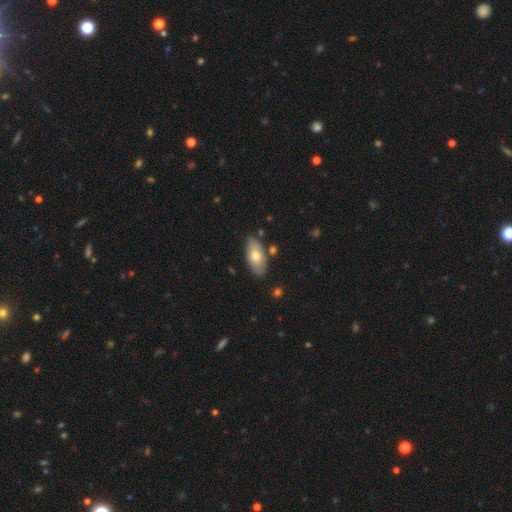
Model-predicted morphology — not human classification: A smooth galaxy with no disk features (71%) that is in between round and cigar-shaped (91%).

Vote fractions:
- Smooth or featured? smooth: 71% / featured or disk: 23% / star or artifact: 6%
- How rounded? in between: 91% / cigar-shaped: 6% / round: 3%
- Merging? none: 81% / minor disturbance: 12% / merger: 4% / major disturbance: 2%